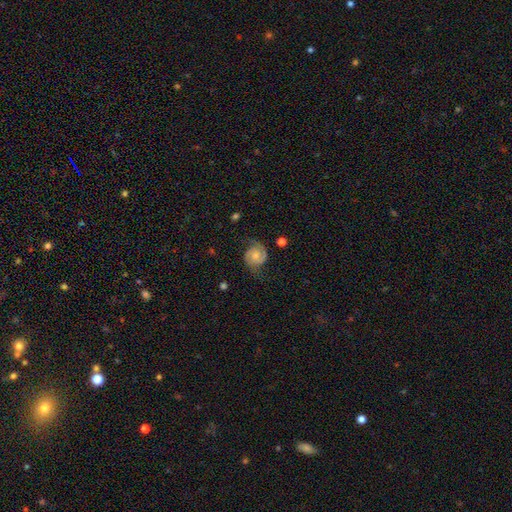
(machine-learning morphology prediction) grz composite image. It shows a featured or disk galaxy (79%) with no bar (73%), 2 (89%) medium (45%) spiral arms (96%) and a small central bulge (49%). Merging: none (70%).